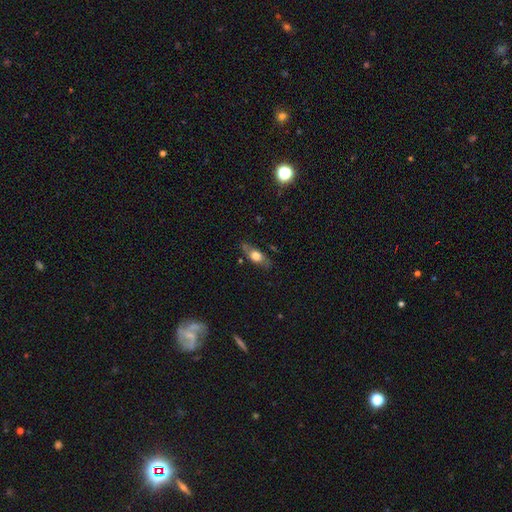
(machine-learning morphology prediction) smooth_or_featured: smooth (p=0.57) [alt: featured or disk p=0.36]
how_rounded: in between (p=0.68) [alt: cigar-shaped p=0.22]
merging: none (p=0.73) [alt: minor disturbance p=0.20]